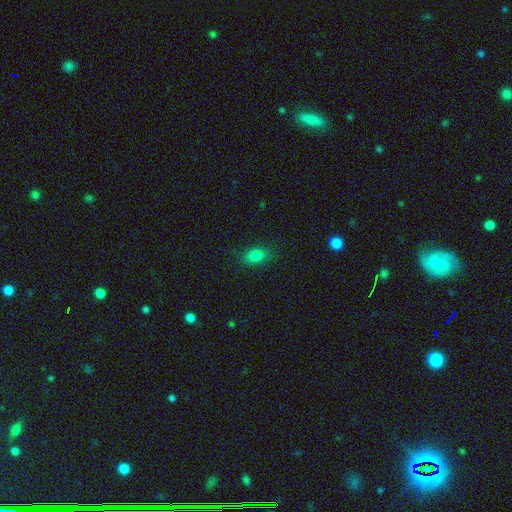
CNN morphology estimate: Q: Smooth or featured?
A: smooth (82%); runner-up: star or artifact (12%)
Q: How rounded?
A: in between (79%); runner-up: round (18%)
Q: Merging?
A: none (84%); runner-up: minor disturbance (12%)